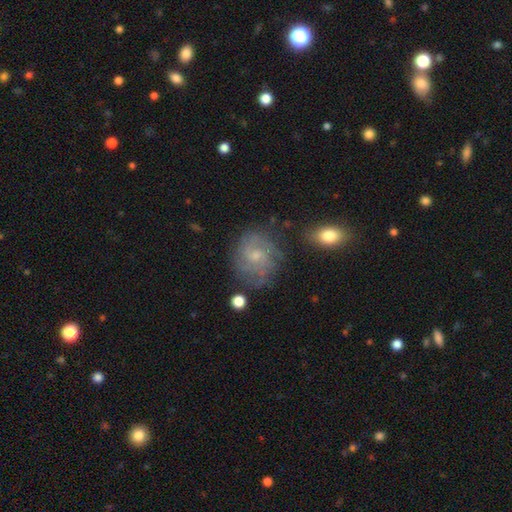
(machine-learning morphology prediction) The model was most divided on "spiral winding": tight: 49%, medium: 37%, loose: 14%. Remaining: edge-on disk — no (97%); spiral arms — yes (87%); merging — none (70%); smooth or featured — featured or disk (68%); bar — no (66%); bulge size — small (63%); spiral arm count — can't tell (39%).